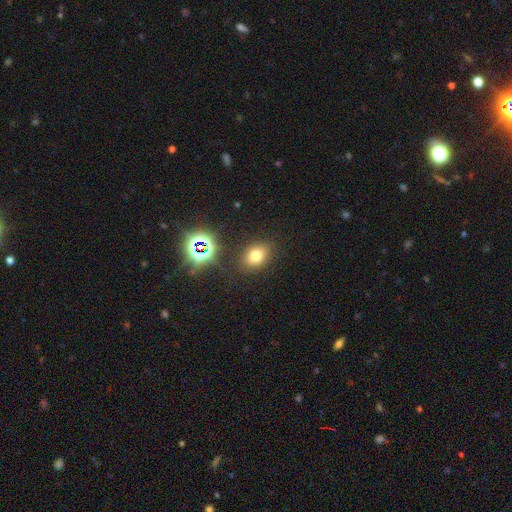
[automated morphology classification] smooth_or_featured: smooth (p=0.69) [alt: star or artifact p=0.20]
how_rounded: in between (p=0.63) [alt: round p=0.36]
merging: none (p=0.84) [alt: minor disturbance p=0.09]